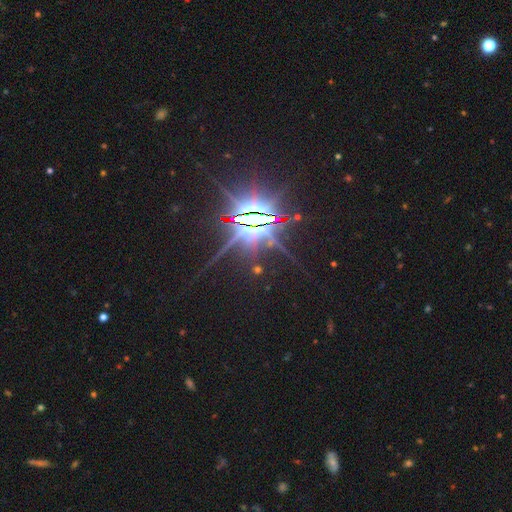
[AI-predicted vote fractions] This is clearly a star or artifact rather than a galaxy (86%).